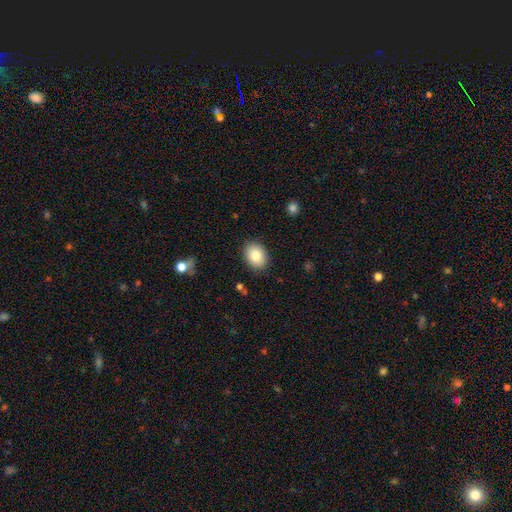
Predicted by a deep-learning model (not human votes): Q: Smooth or featured?
A: smooth (83%); runner-up: featured or disk (9%)
Q: How rounded?
A: in between (70%); runner-up: round (29%)
Q: Merging?
A: none (88%); runner-up: minor disturbance (9%)